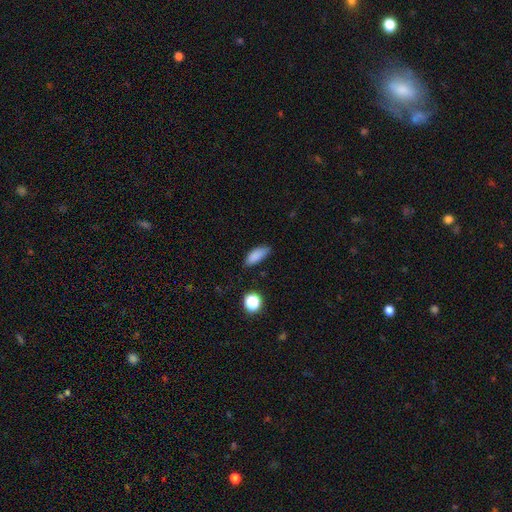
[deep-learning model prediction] This appears to be a smooth galaxy with no disk features (85%) that is in between round and cigar-shaped (76%). Merging: none (76%).